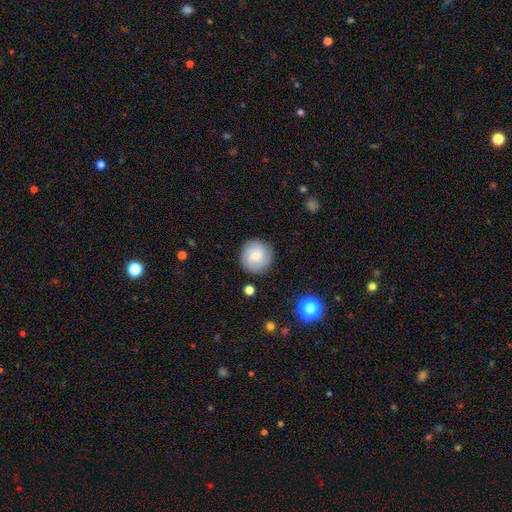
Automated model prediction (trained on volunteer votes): This is likely a smooth galaxy (66%). How rounded: clearly round (93%). Merging: clearly none (87%).